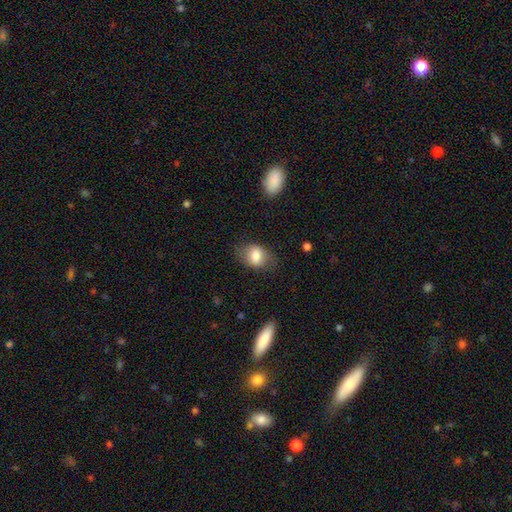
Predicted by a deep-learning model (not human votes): Smooth or featured: smooth — 77% (featured or disk — 15%)
How rounded: in between — 75% (round — 23%)
Merging: none — 75% (minor disturbance — 18%)